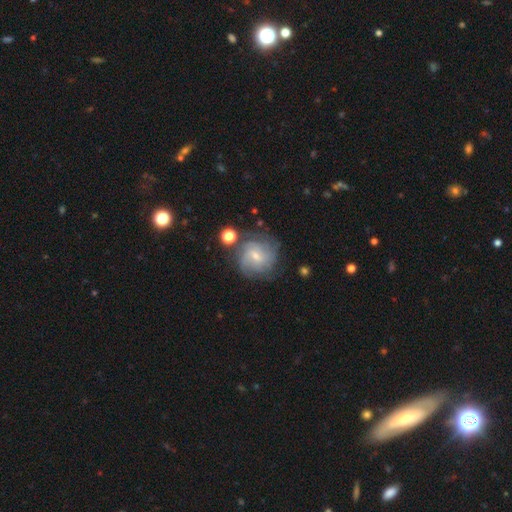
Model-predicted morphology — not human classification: Smooth or featured? featured or disk (69%)
Edge-on disk? no (97%)
Bar? weak (52%)
Spiral arms? yes (90%)
Spiral winding? tight (56%)
Spiral arm count? can't tell (41%)
Bulge size? small (69%)
Merging? none (70%)